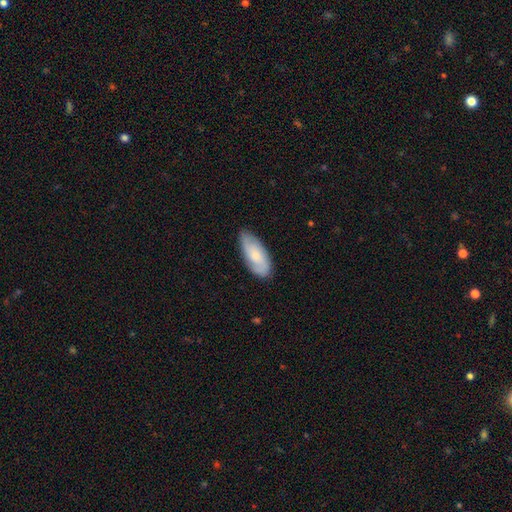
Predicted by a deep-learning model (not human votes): This appears to be a smooth galaxy with no disk features (58%) that is in between round and cigar-shaped (86%). Merging: none (80%).